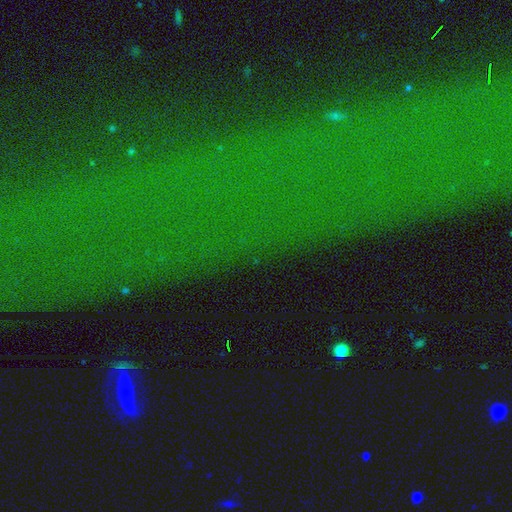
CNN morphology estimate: A star or artifact, not a galaxy (76%).